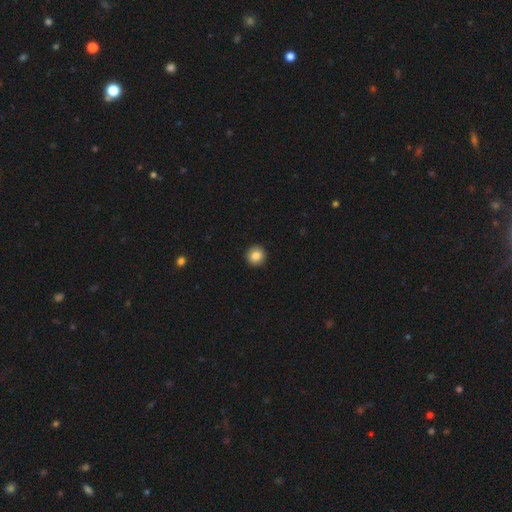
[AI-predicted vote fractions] Smooth or featured? smooth (86%)
How rounded? round (92%)
Merging? none (92%)